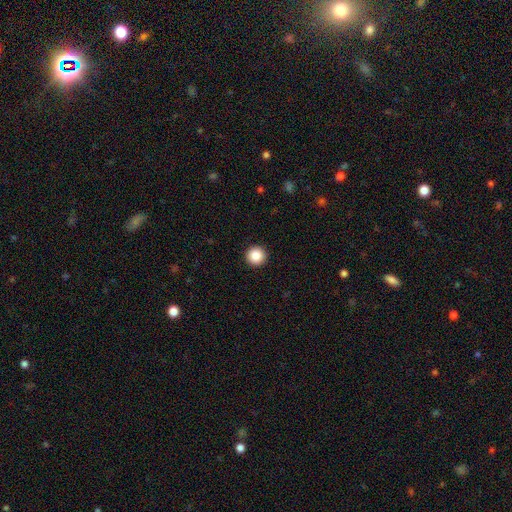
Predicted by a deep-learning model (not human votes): Smooth or featured? Predicted: smooth (p=0.86). How rounded? Predicted: round (p=0.97). Merging? Predicted: none (p=0.94).